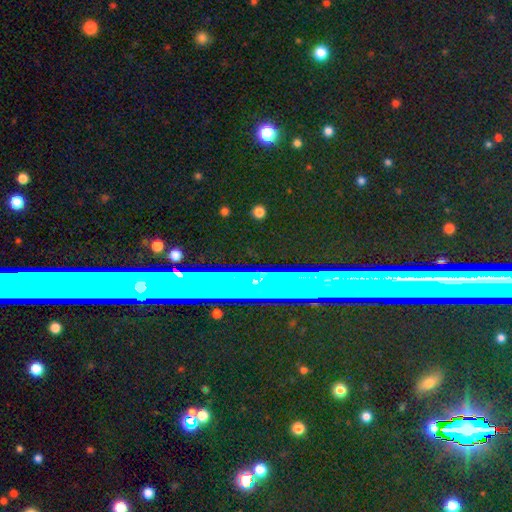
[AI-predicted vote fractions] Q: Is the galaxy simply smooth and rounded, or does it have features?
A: star or artifact — 68%.